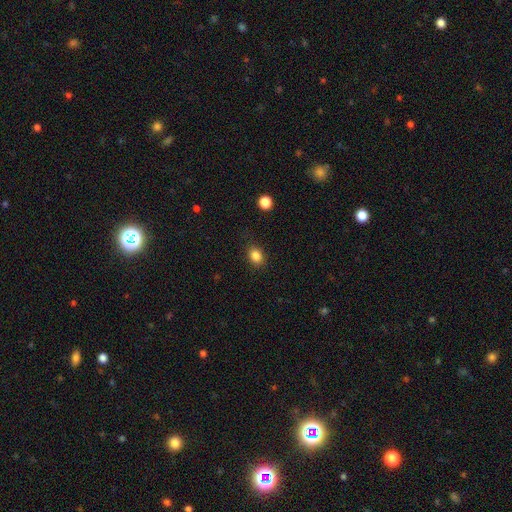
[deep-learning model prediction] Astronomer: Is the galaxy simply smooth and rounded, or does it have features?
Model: smooth — 85%.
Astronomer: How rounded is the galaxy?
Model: in between — 58% (runner-up: round, 41%).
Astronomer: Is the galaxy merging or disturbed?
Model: none — 85%.